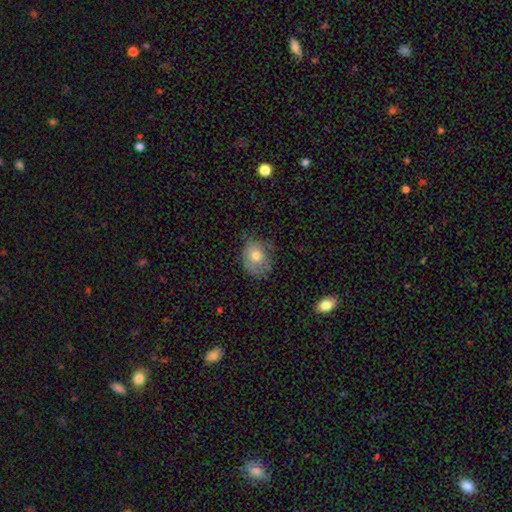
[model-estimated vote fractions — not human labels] Smooth or featured: smooth — 71% (featured or disk — 20%)
How rounded: in between — 54% (round — 45%)
Merging: none — 55% (minor disturbance — 33%)